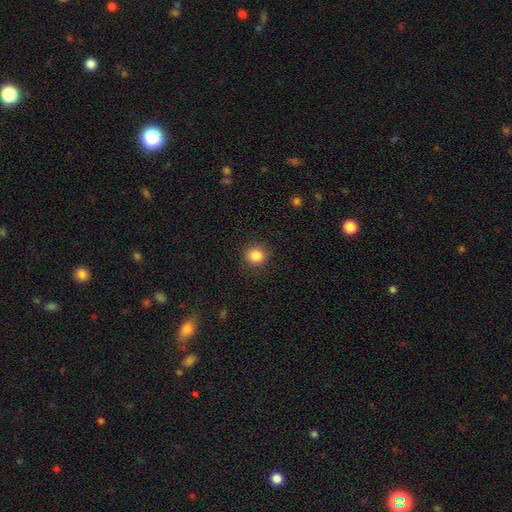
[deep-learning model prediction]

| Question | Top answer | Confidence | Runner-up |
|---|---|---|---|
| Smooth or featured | smooth | 86% | star or artifact (10%) |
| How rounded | round | 88% | in between (11%) |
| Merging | none | 89% | minor disturbance (7%) |